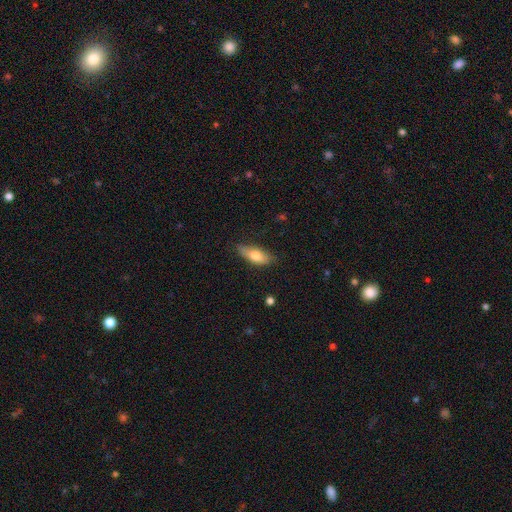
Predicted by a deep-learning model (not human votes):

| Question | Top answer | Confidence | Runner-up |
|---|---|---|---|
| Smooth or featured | smooth | 72% | featured or disk (21%) |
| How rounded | in between | 70% | cigar-shaped (27%) |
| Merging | none | 72% | minor disturbance (23%) |